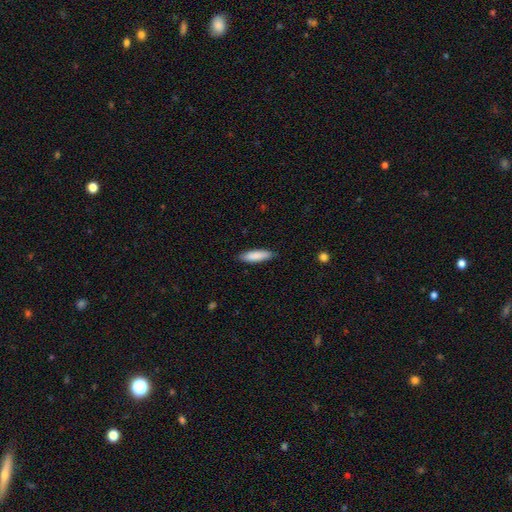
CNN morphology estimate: A smooth galaxy with no disk features (86%) that is cigar-shaped (57%). Merging: none (86%).